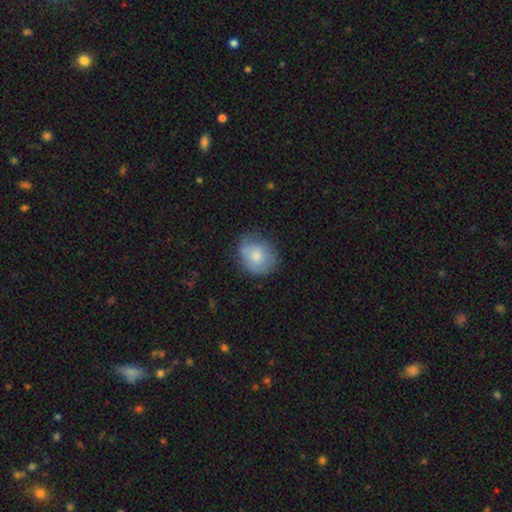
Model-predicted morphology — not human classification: Smooth or featured? smooth (73%)
How rounded? round (64%)
Merging? none (59%)